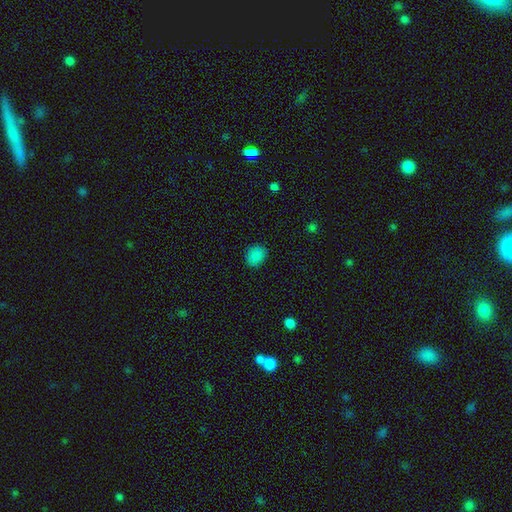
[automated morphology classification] This appears to be a smooth galaxy with no disk features (85%) that is round (60%). Merging: none (87%).